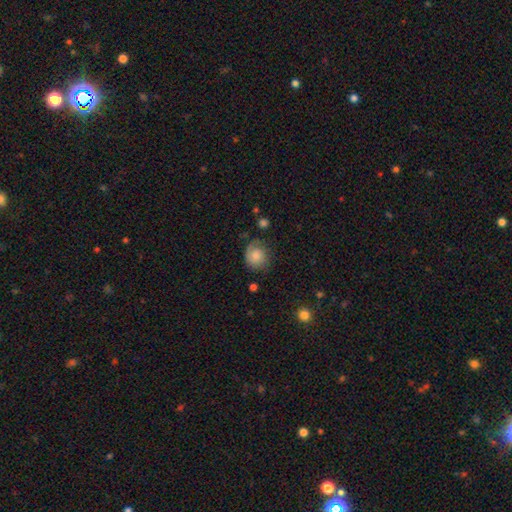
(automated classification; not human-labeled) Smooth or featured? smooth (70%)
How rounded? round (74%)
Merging? none (60%)